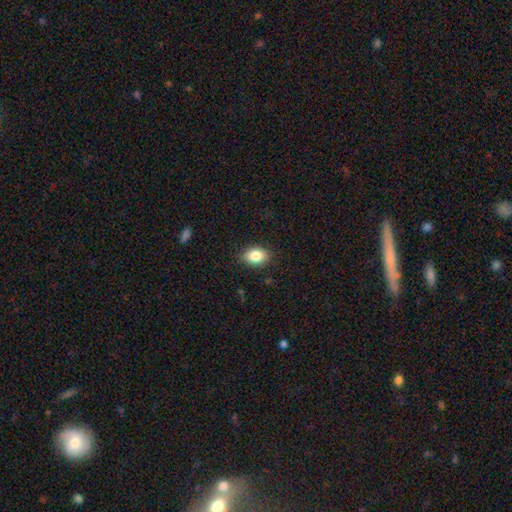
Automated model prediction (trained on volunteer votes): Overall: smooth (84%). How rounded: in between (77%). Merging: none (87%).